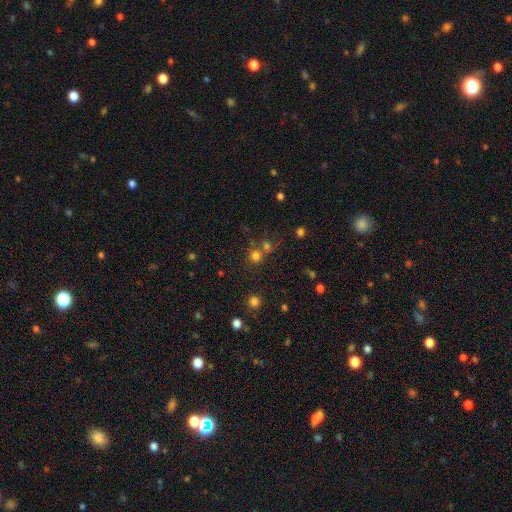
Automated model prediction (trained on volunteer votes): Morphology: type=smooth (71%); roundness=round (89%); merging=none (62%).